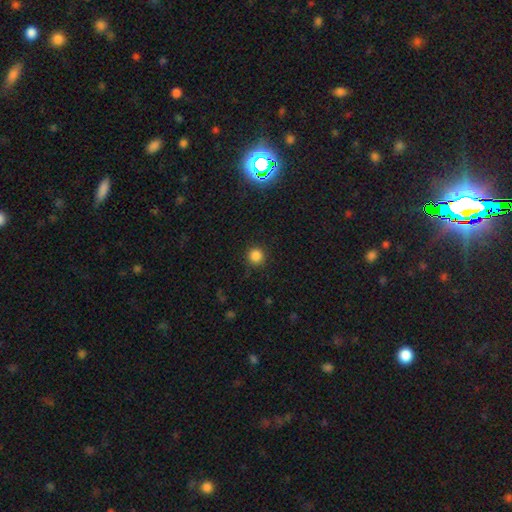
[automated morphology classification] This is clearly a smooth galaxy (84%). How rounded: clearly round (94%). Merging: clearly none (88%).